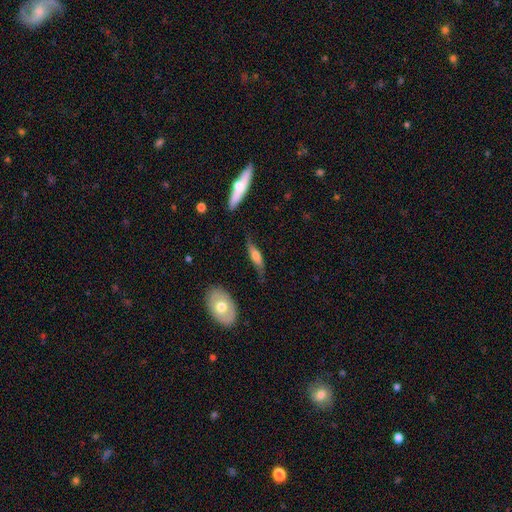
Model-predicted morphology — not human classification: Overall: smooth (48%; featured or disk 45%). Merging: none (60%; minor disturbance 28%).